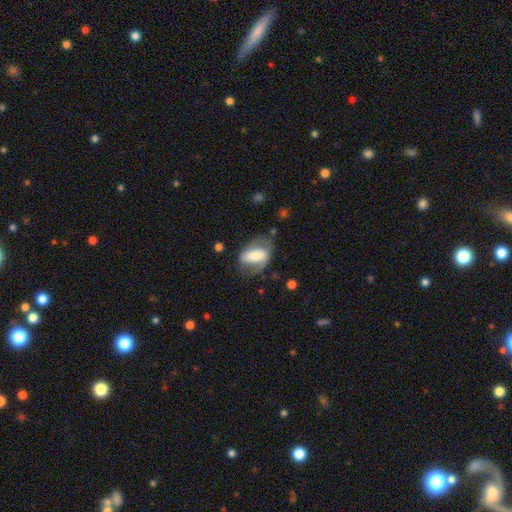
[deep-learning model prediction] A featured or disk galaxy (49%). Merging: none (56%).